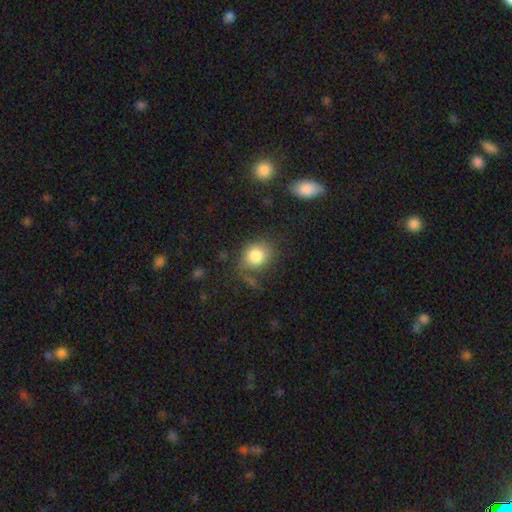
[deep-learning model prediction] Smooth or featured?
  - smooth: 82% *
  - star or artifact: 10%
  - featured or disk: 9%
How rounded?
  - round: 66% *
  - in between: 32%
  - cigar-shaped: 1%
Merging?
  - none: 63% *
  - minor disturbance: 21%
  - major disturbance: 10%
  - merger: 5%